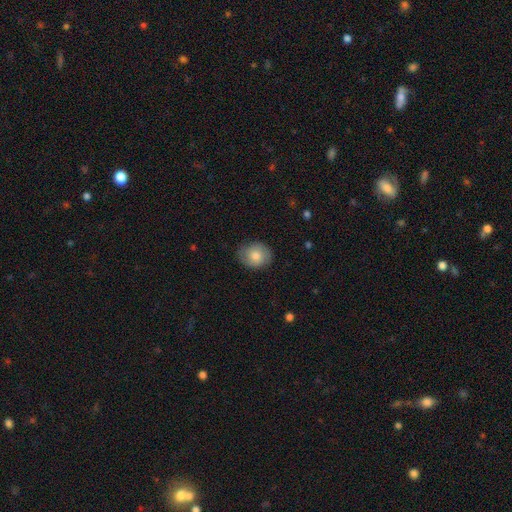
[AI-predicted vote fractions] Smooth or featured: smooth — 76% (featured or disk — 17%)
How rounded: round — 60% (in between — 39%)
Merging: none — 81% (minor disturbance — 15%)